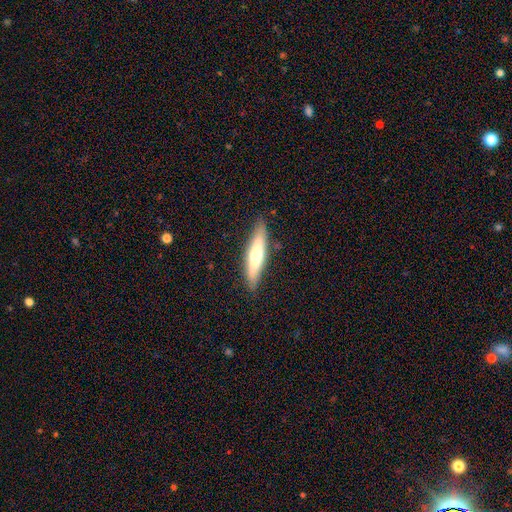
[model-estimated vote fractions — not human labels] Smooth or featured: smooth — 54% (featured or disk — 40%)
How rounded: cigar-shaped — 79% (in between — 20%)
Merging: none — 86% (minor disturbance — 10%)